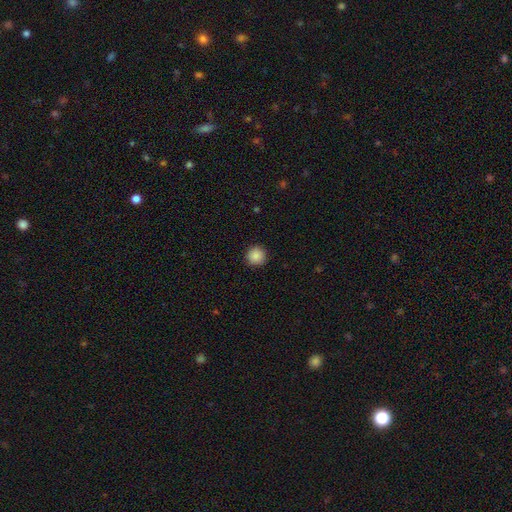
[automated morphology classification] This is clearly a smooth galaxy (88%). How rounded: clearly round (95%). Merging: clearly none (91%).